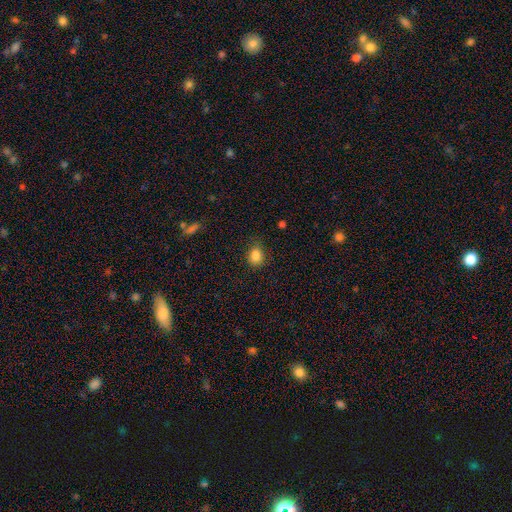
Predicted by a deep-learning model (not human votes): The model was most divided on "how rounded": in between: 60%, round: 39%, cigar-shaped: 1%. More confident: smooth or featured — smooth (85%); merging — none (73%).